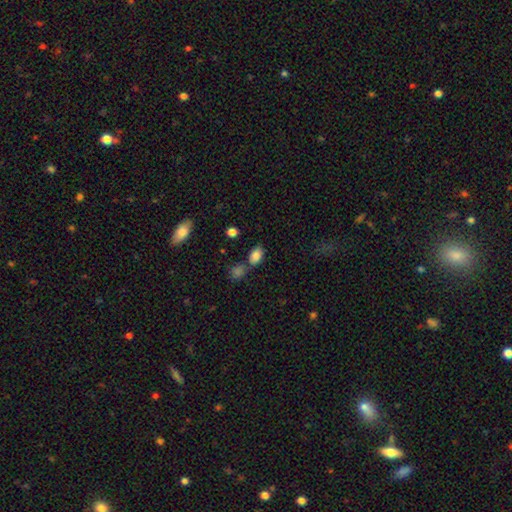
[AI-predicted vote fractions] Q: Smooth or featured?
A: smooth (84%); runner-up: star or artifact (10%)
Q: How rounded?
A: in between (87%); runner-up: round (11%)
Q: Merging?
A: none (60%); runner-up: merger (21%)